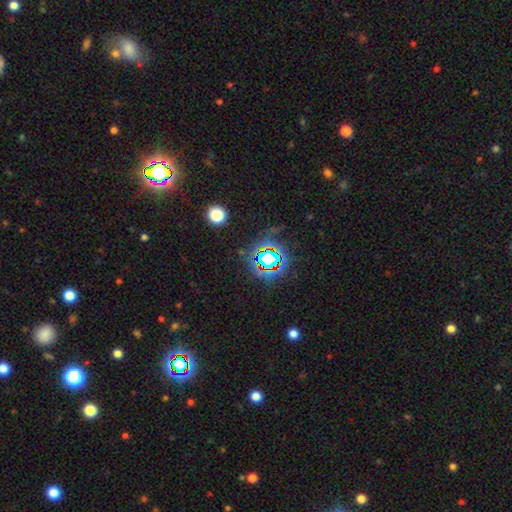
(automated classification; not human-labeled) Smooth or featured? star or artifact (78%)